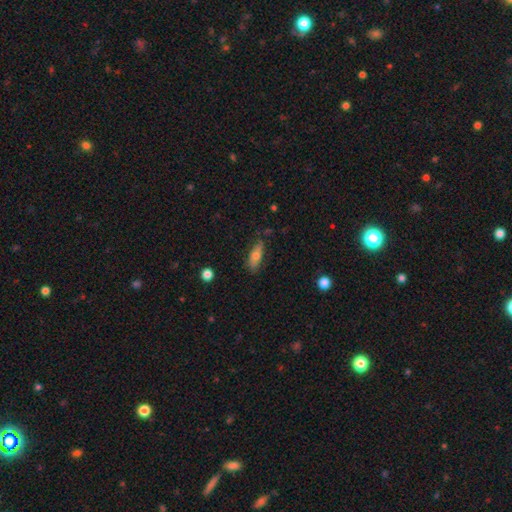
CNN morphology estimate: Smooth or featured?
  - smooth: 68% *
  - featured or disk: 25%
  - star or artifact: 7%
How rounded?
  - in between: 66% *
  - cigar-shaped: 30%
  - round: 3%
Merging?
  - none: 73% *
  - minor disturbance: 21%
  - major disturbance: 4%
  - merger: 2%